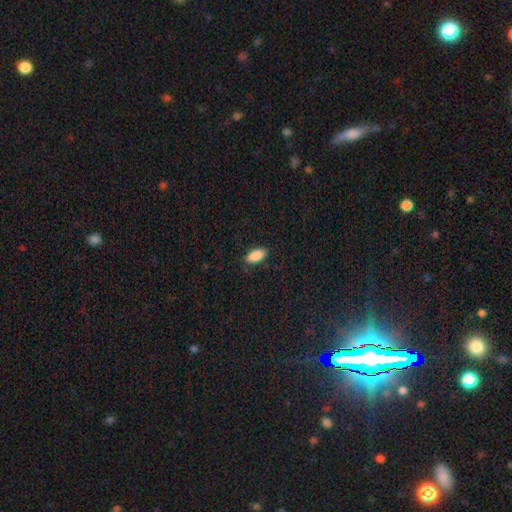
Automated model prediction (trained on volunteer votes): Smooth or featured? smooth (89%)
How rounded? in between (90%)
Merging? none (85%)